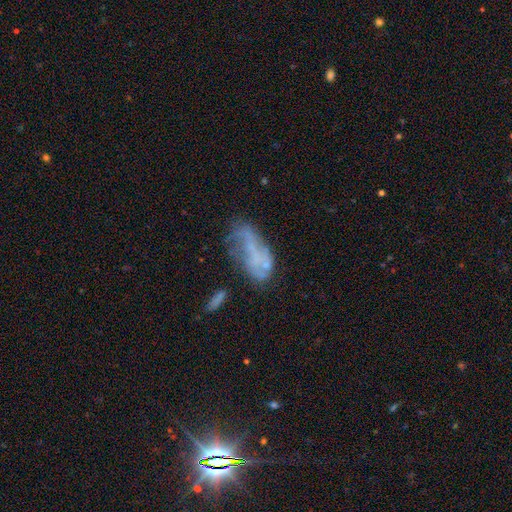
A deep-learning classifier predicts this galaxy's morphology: smooth_or_featured: featured or disk (p=0.50) [alt: smooth p=0.36]
disk_edge_on: no (p=0.93) [alt: yes p=0.07]
merging: none (p=0.32) [alt: major disturbance p=0.31]